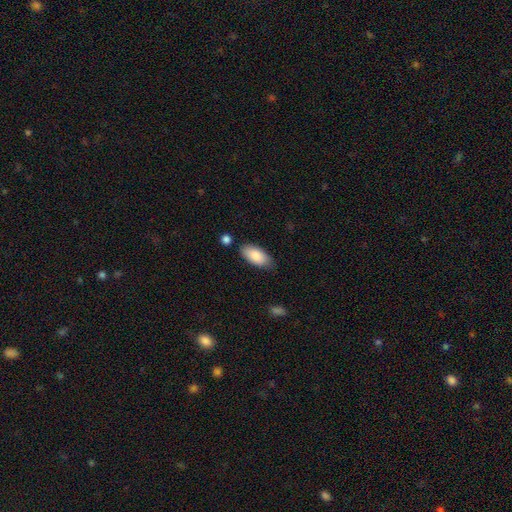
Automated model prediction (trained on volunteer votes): The model was most divided on "merging": none: 76%, minor disturbance: 17%, merger: 4%, major disturbance: 3%. More confident: how rounded — in between (92%); smooth or featured — smooth (86%).